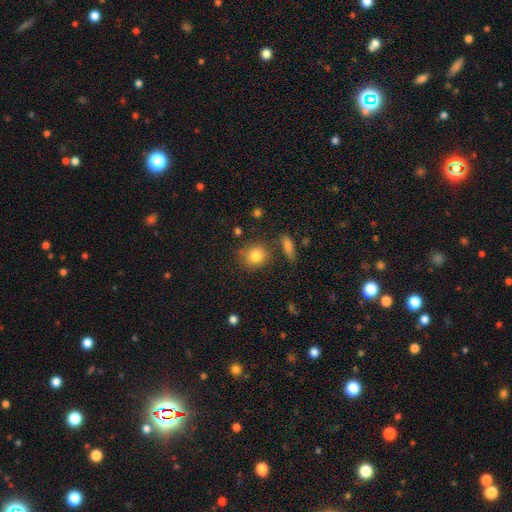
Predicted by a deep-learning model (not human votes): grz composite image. It shows a smooth galaxy with no disk features (83%) that is round (80%). Merging: none (75%).